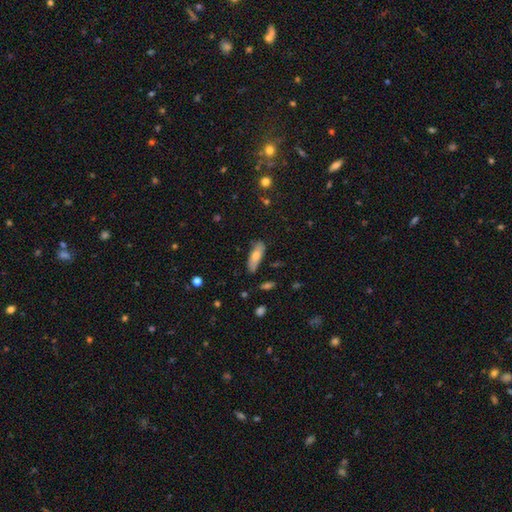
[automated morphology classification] The model was most divided on "how rounded": in between: 63%, cigar-shaped: 35%, round: 2%. More confident: merging — none (74%); smooth or featured — smooth (68%).